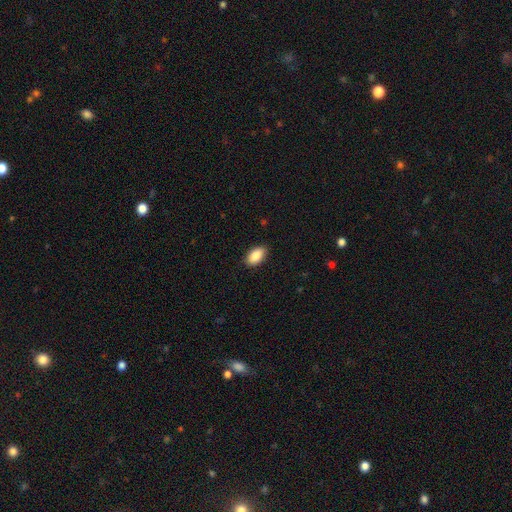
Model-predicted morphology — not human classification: Smooth or featured: smooth — 88% (star or artifact — 7%)
How rounded: in between — 94% (round — 4%)
Merging: none — 88% (minor disturbance — 9%)